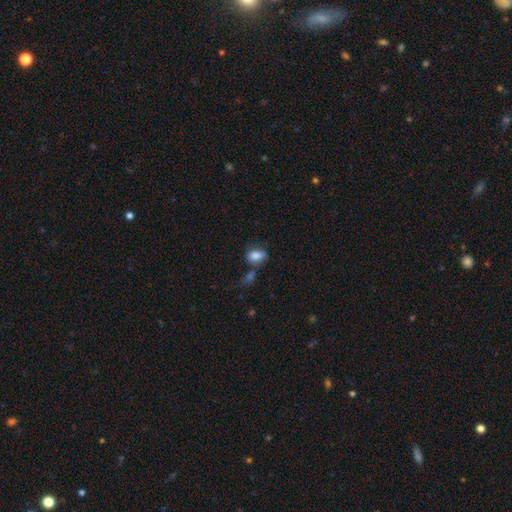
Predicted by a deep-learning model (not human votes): Smooth or featured: smooth — 82% (star or artifact — 9%)
How rounded: in between — 83% (round — 15%)
Merging: none — 53% (minor disturbance — 21%)